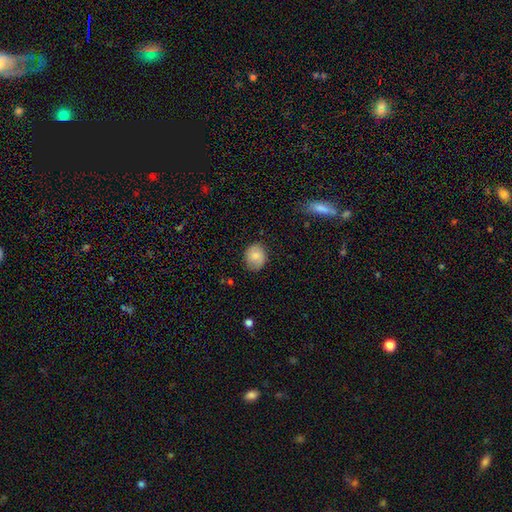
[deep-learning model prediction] Morphology: type=smooth (77%); roundness=round (63%); merging=none (79%).